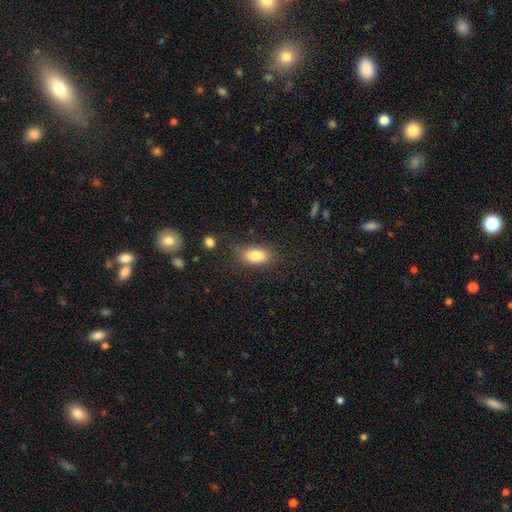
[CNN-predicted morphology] A smooth galaxy with no disk features (83%) that is in between round and cigar-shaped (88%).

Vote fractions:
- Smooth or featured? smooth: 83% / featured or disk: 9% / star or artifact: 8%
- How rounded? in between: 88% / cigar-shaped: 7% / round: 5%
- Merging? none: 81% / minor disturbance: 13% / major disturbance: 4% / merger: 2%